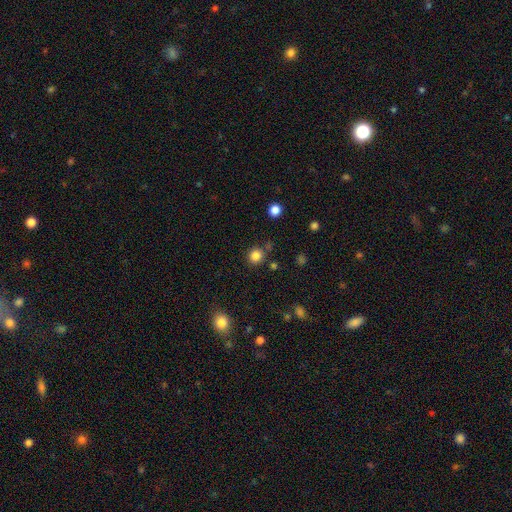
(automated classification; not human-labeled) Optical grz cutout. It shows a smooth galaxy with no disk features (84%) that is round (89%). Merging: none (80%).